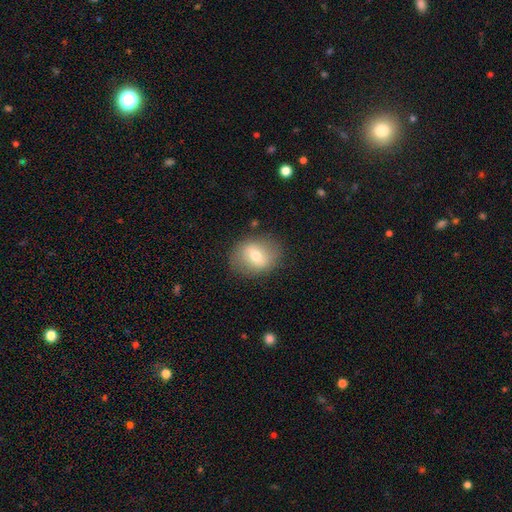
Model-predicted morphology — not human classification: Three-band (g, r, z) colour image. It shows a smooth galaxy with no disk features (59%) that is round (53%). Merging: none (82%).